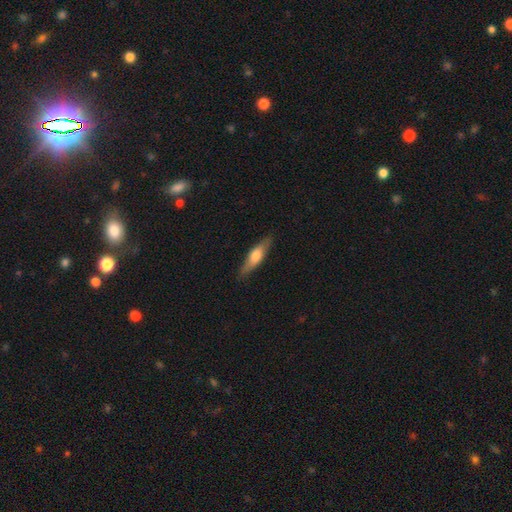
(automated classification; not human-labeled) smooth_or_featured: smooth (p=0.56) [alt: featured or disk p=0.39]
how_rounded: cigar-shaped (p=0.67) [alt: in between p=0.30]
merging: none (p=0.86) [alt: minor disturbance p=0.11]